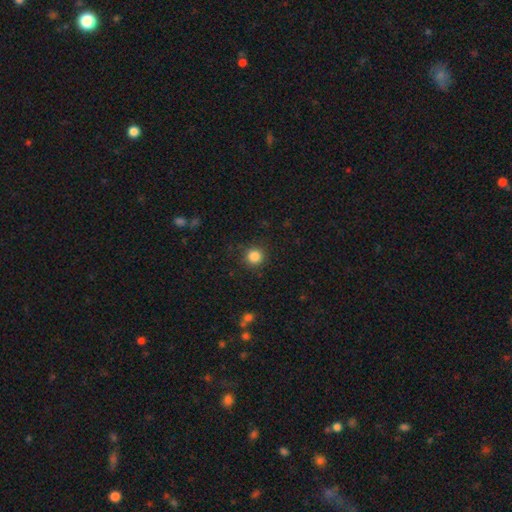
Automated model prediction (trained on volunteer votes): smooth 85%, star or artifact 11%, featured or disk 4%. Down the decision tree: how rounded — round (94%); merging — none (90%).